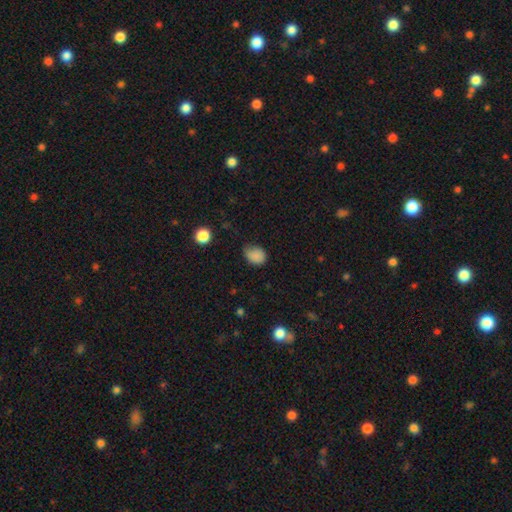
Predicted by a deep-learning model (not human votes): A smooth galaxy with no disk features (85%) that is round (52%). Merging: none (55%).